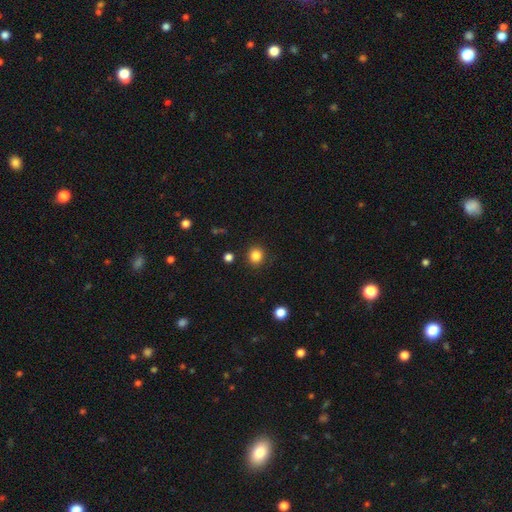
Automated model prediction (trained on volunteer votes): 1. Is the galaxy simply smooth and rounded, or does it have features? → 84% smooth, 12% star or artifact, 4% featured or disk.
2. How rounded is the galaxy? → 88% round, 12% in between, 1% cigar-shaped.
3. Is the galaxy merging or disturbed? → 89% none, 7% minor disturbance, 2% major disturbance, 2% merger.